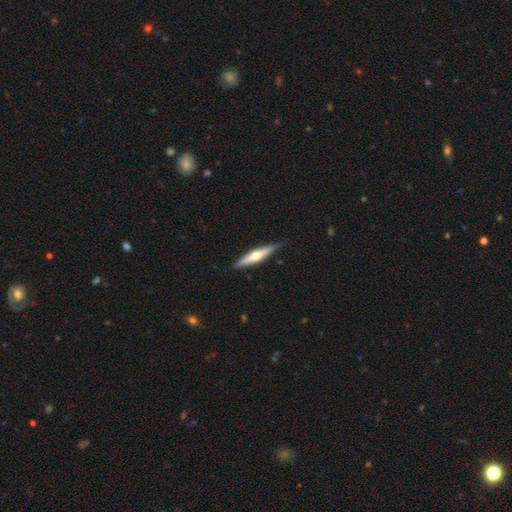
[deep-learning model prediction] A featured or disk galaxy (57%) viewed edge-on (95%) with a rounded central bulge (88%). Merging: none (85%).